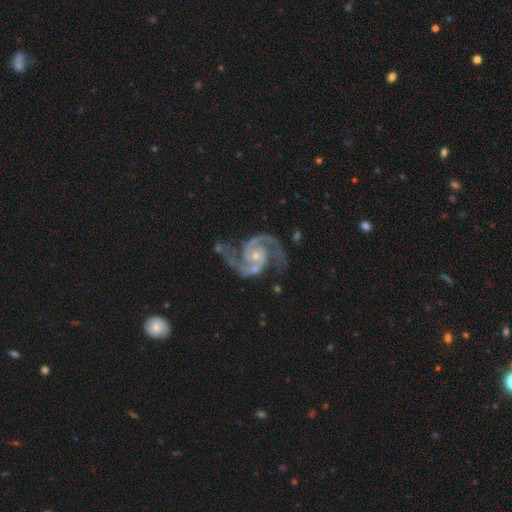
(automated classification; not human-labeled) This appears to be a featured or disk galaxy (94%) with no bar (65%), 2 (93%) medium (65%) spiral arms (99%) and a small central bulge (66%). Merging: none (70%).